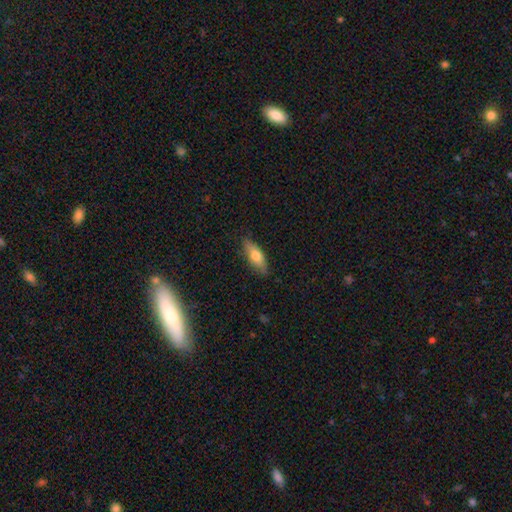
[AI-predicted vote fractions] The model was most divided on "how rounded": in between: 62%, cigar-shaped: 35%, round: 2%. More confident: merging — none (82%); smooth or featured — smooth (69%).